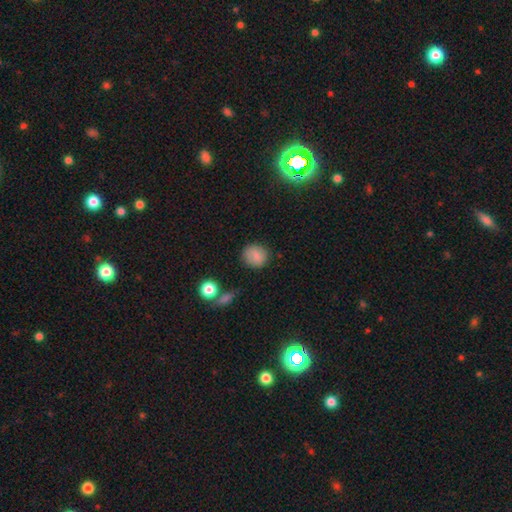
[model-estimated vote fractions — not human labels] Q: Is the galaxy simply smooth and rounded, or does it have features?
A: smooth — 84%.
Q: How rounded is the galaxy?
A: round — 83%.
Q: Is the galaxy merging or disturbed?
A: none — 85%.